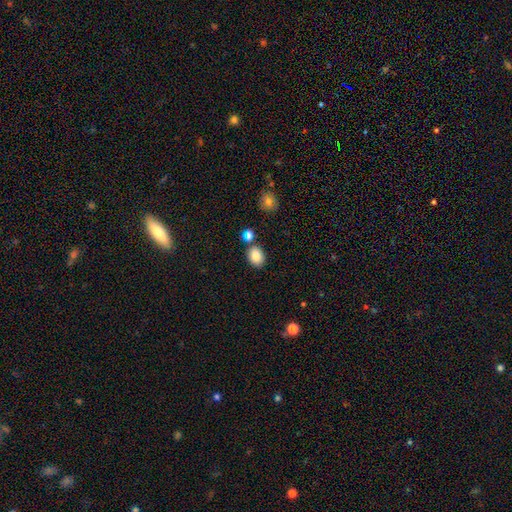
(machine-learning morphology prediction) This appears to be a smooth galaxy with no disk features (84%) that is in between round and cigar-shaped (66%). Merging: none (78%).